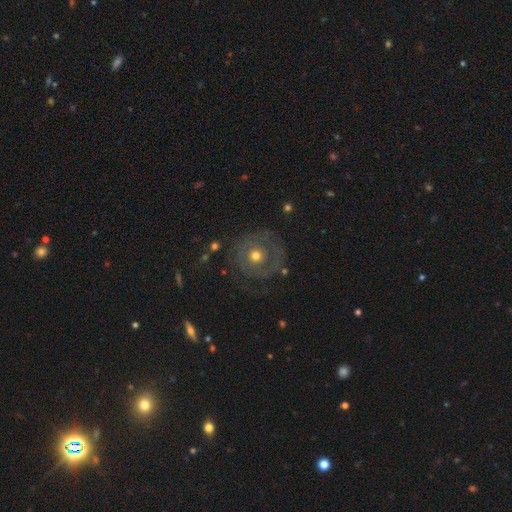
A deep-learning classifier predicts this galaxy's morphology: type=featured or disk (61%); edge-on=no (97%); bar=no (89%); spiral arms=yes (52%); bulge=moderate (68%); merging=none (70%).